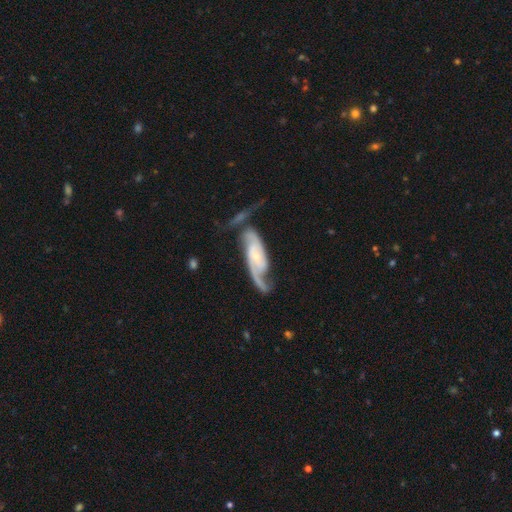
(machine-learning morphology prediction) Smooth or featured?
  - featured or disk: 86% *
  - smooth: 9%
  - star or artifact: 5%
Edge-on disk?
  - no: 92% *
  - yes: 8%
Bar?
  - no: 53% *
  - weak: 31%
  - strong: 16%
Spiral arms?
  - yes: 96% *
  - no: 4%
Spiral winding?
  - medium: 43% *
  - loose: 32%
  - tight: 25%
Spiral arm count?
  - 2: 82% *
  - 1: 9%
  - can't tell: 5%
  - 3: 2%
  - 4: 1%
  - more than 4: 1%
Bulge size?
  - small: 65% *
  - moderate: 23%
  - none: 8%
  - large: 3%
  - dominant: 1%
Merging?
  - none: 45% *
  - major disturbance: 23%
  - minor disturbance: 20%
  - merger: 12%